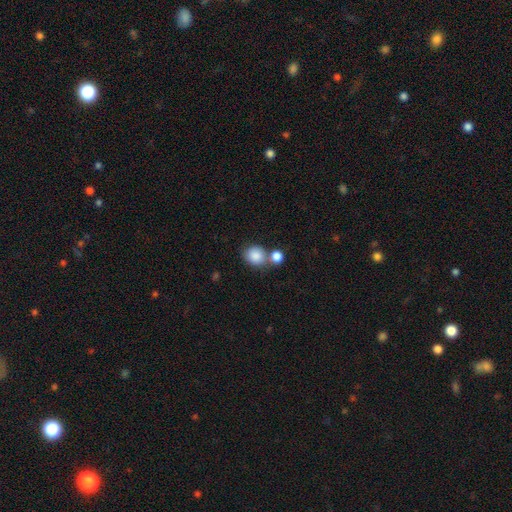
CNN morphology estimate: smooth-or-featured: smooth: 86% | star or artifact: 8% | featured or disk: 6%
  how-rounded: round: 77% | in between: 22% | cigar-shaped: 1%
  merging: none: 53% | merger: 33% | minor disturbance: 11% | major disturbance: 4%